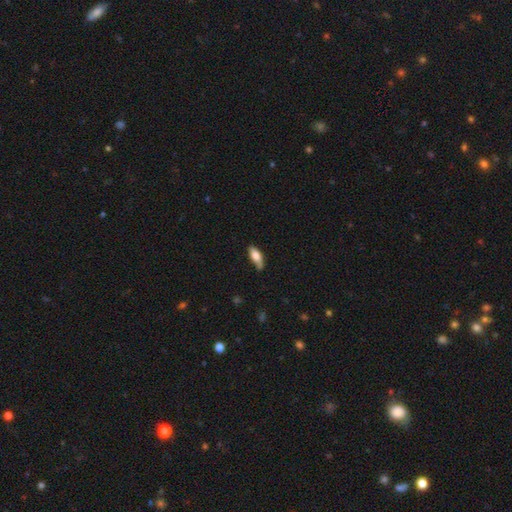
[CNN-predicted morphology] This appears to be a smooth galaxy with no disk features (74%) that is in between round and cigar-shaped (72%). Merging: none (62%).